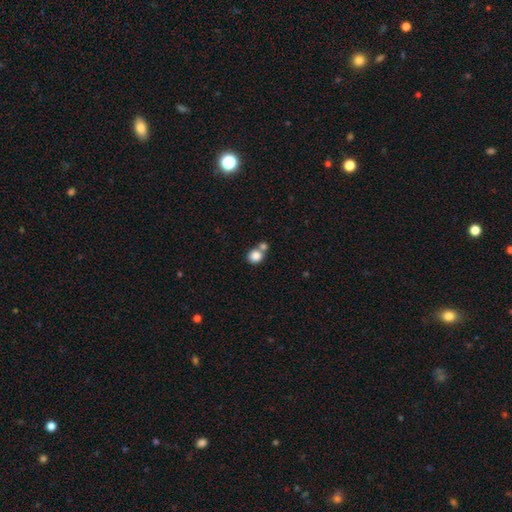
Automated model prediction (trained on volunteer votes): The model was most divided on "merging": none: 45%, merger: 44%, minor disturbance: 8%, major disturbance: 3%. More confident: smooth or featured — smooth (84%); how rounded — round (78%).